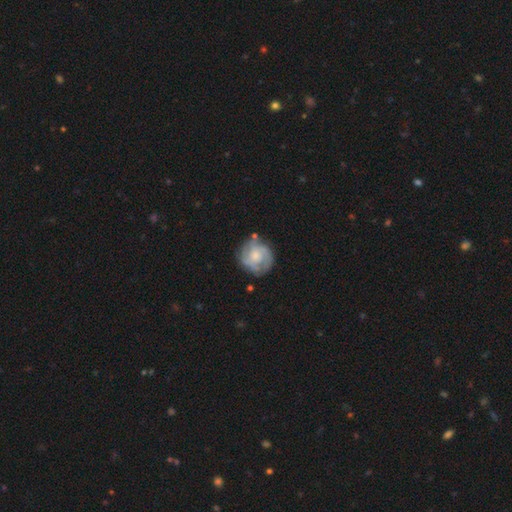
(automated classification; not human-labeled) This appears to be a featured or disk galaxy (64%) with no bar (76%), spiral arms (78%) and a moderate central bulge (45%). Merging: none (69%).